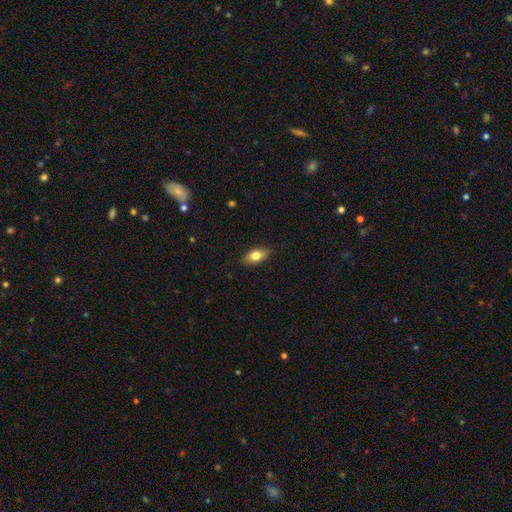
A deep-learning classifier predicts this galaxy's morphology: Smooth or featured: smooth — 76% (featured or disk — 17%)
How rounded: in between — 86% (round — 7%)
Merging: none — 84% (minor disturbance — 13%)